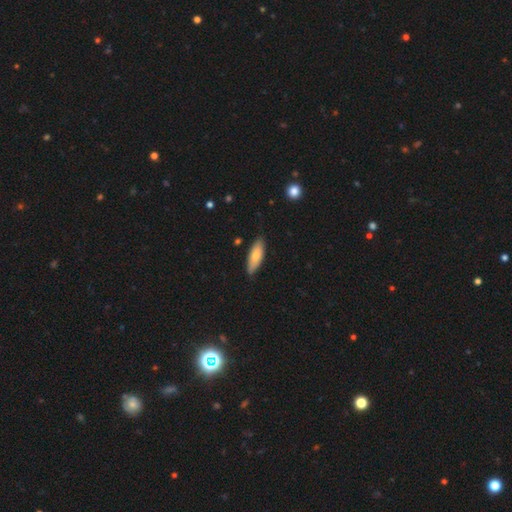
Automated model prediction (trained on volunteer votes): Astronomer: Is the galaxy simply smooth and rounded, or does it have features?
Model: smooth — 77%.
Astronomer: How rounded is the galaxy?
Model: in between — 61% (runner-up: cigar-shaped, 37%).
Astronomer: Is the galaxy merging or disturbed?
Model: none — 83%.